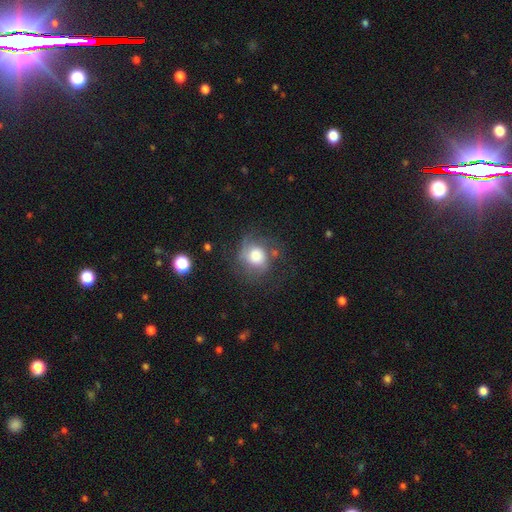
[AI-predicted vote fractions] smooth-or-featured: smooth: 52% | featured or disk: 37% | star or artifact: 11%
  how-rounded: round: 77% | in between: 22% | cigar-shaped: 1%
  merging: none: 51% | minor disturbance: 24% | major disturbance: 22% | merger: 3%